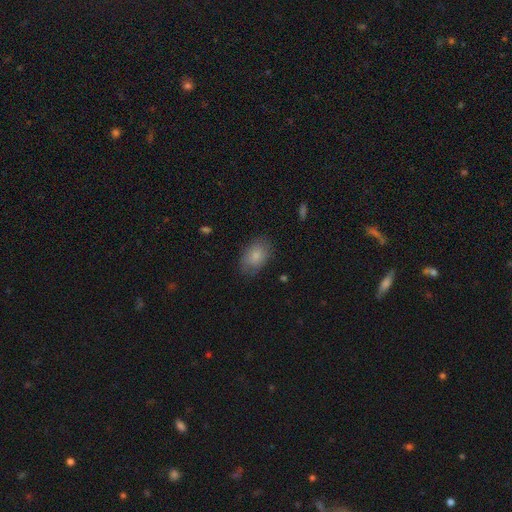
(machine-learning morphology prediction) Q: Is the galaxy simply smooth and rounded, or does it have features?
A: smooth — 82%.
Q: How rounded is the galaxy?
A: in between — 87%.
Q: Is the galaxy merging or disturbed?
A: none — 77%.